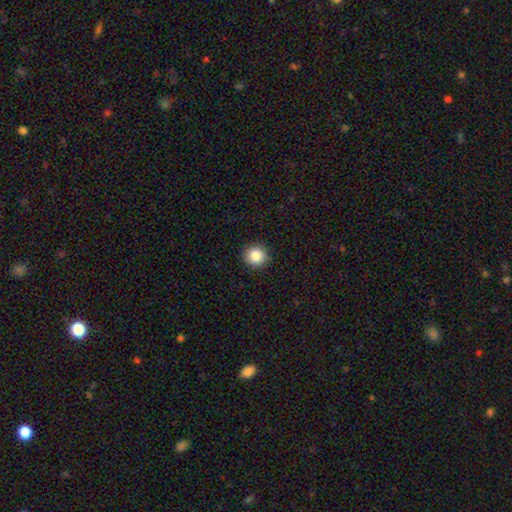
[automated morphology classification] Smooth or featured: smooth — 86% (star or artifact — 9%)
How rounded: round — 94% (in between — 5%)
Merging: none — 92% (minor disturbance — 6%)